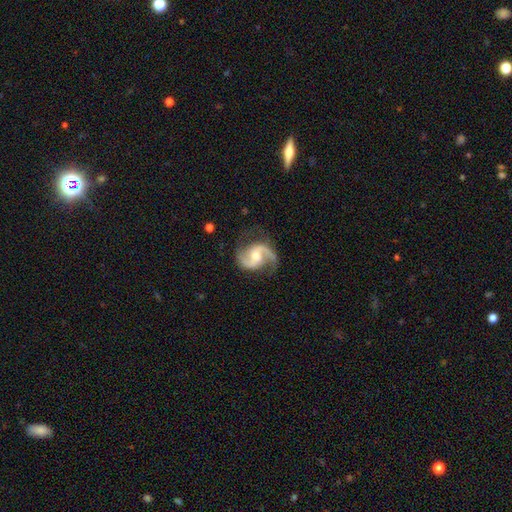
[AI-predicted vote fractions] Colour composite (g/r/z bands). It shows a featured or disk galaxy (91%) with a weak bar (47%), 2 (92%) medium (54%) spiral arms (98%) and a moderate central bulge (61%). Merging: none (74%).